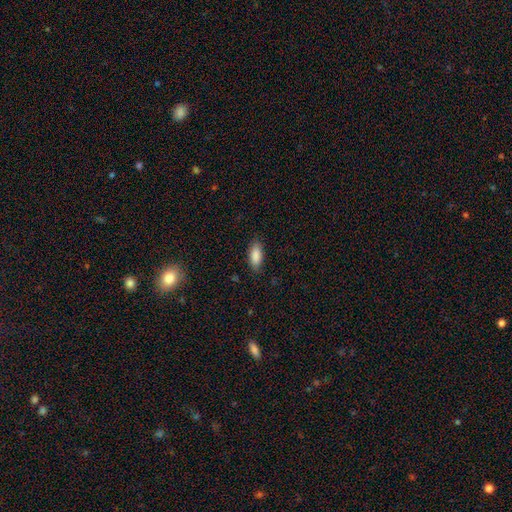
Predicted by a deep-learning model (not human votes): Smooth or featured?
  - smooth: 88% *
  - star or artifact: 6%
  - featured or disk: 6%
How rounded?
  - in between: 84% *
  - cigar-shaped: 14%
  - round: 2%
Merging?
  - none: 85% *
  - minor disturbance: 11%
  - major disturbance: 3%
  - merger: 1%